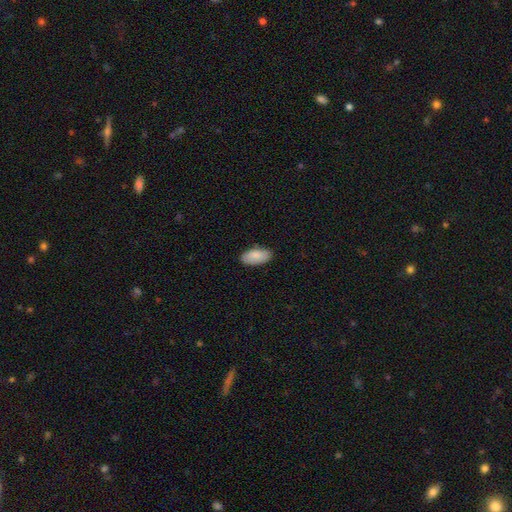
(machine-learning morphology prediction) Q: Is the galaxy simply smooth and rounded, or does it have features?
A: smooth — 88%.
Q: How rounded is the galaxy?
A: in between — 94%.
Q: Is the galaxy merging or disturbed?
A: none — 87%.